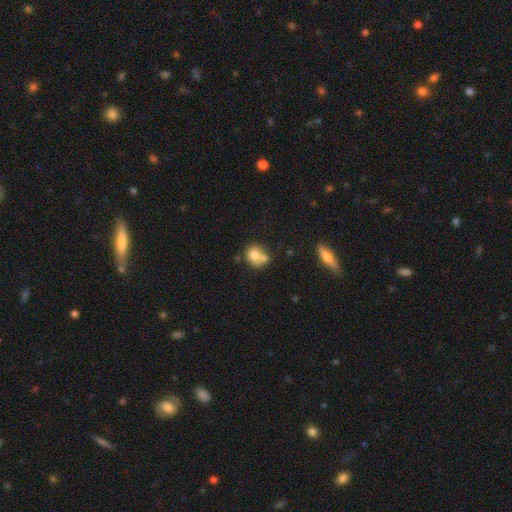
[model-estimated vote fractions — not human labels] Smooth or featured?
  - smooth: 73% *
  - featured or disk: 17%
  - star or artifact: 10%
How rounded?
  - round: 68% *
  - in between: 31%
  - cigar-shaped: 1%
Merging?
  - merger: 41% *
  - none: 40%
  - minor disturbance: 14%
  - major disturbance: 5%